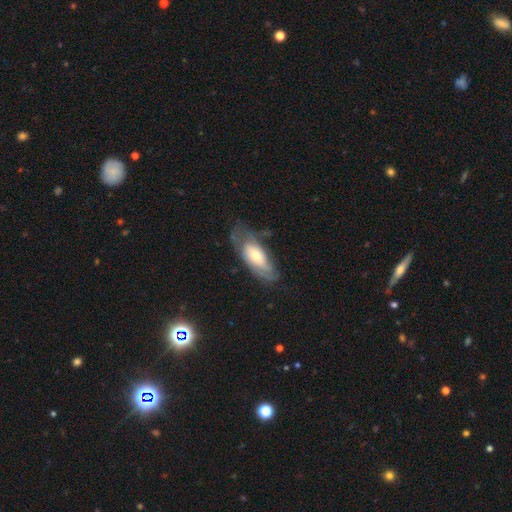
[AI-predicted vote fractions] The model was most divided on "smooth or featured": featured or disk: 57%, smooth: 36%, star or artifact: 7%. More confident: edge-on disk — no (82%); merging — none (53%).